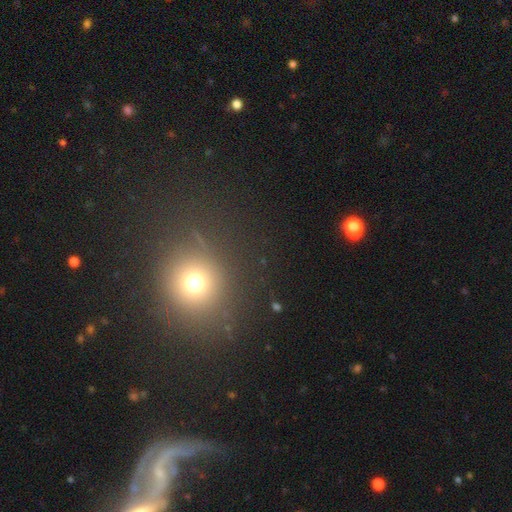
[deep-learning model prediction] Smooth or featured?
  - smooth: 54% *
  - star or artifact: 26%
  - featured or disk: 20%
How rounded?
  - round: 89% *
  - in between: 9%
  - cigar-shaped: 2%
Merging?
  - none: 76% *
  - minor disturbance: 9%
  - major disturbance: 9%
  - merger: 6%